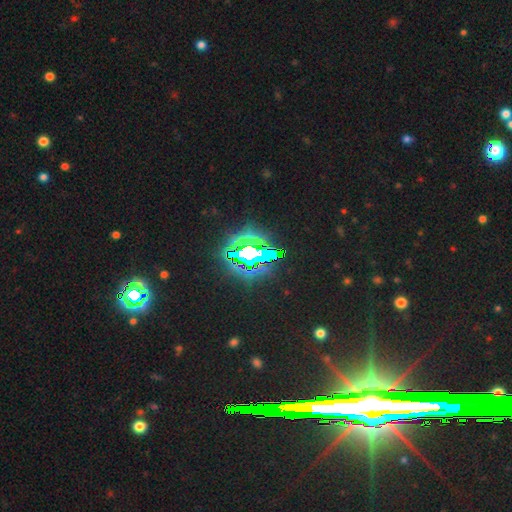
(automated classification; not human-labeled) Smooth or featured? Predicted: star or artifact (p=0.75).